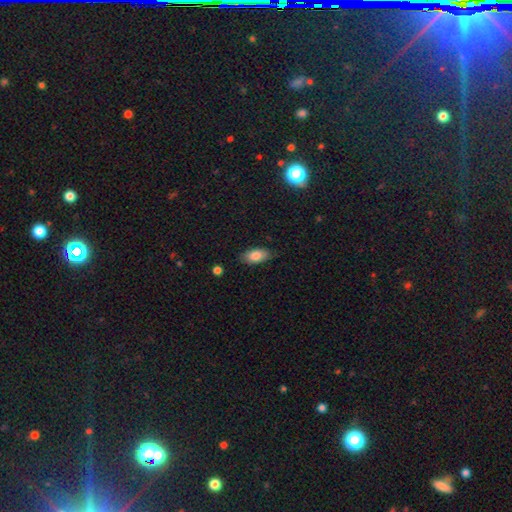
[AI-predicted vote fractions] Smooth or featured: smooth — 82% (featured or disk — 10%)
How rounded: in between — 91% (cigar-shaped — 5%)
Merging: none — 81% (minor disturbance — 15%)